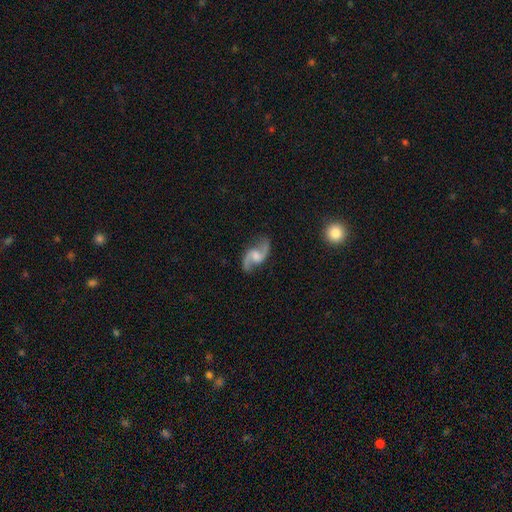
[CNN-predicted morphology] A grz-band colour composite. It shows a featured or disk galaxy (88%) with a weak bar (49%), 2 (94%) loose (67%) spiral arms (97%) and a moderate central bulge (37%). Merging: none (82%).